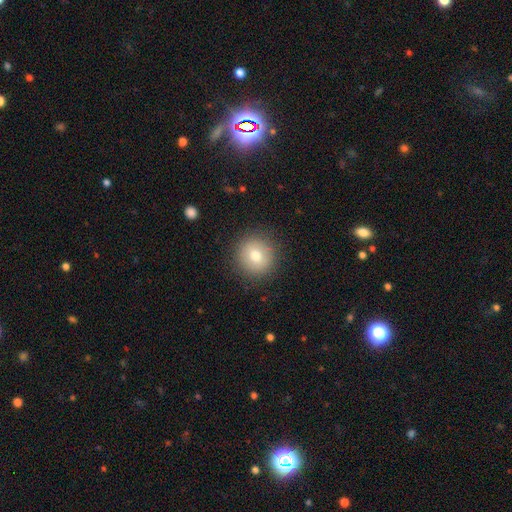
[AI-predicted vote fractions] Overall: smooth (75%). How rounded: round (93%). Merging: none (89%).